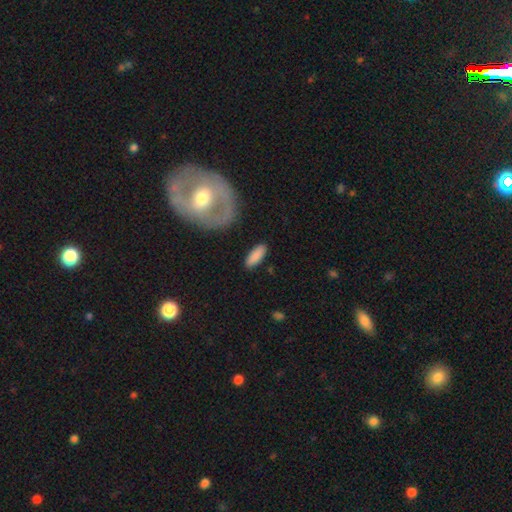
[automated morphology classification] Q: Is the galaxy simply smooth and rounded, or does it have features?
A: smooth — 86%.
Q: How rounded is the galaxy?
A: in between — 71%.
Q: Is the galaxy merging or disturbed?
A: none — 85%.